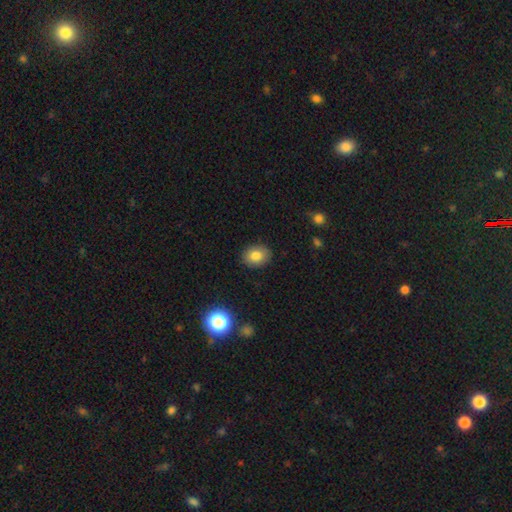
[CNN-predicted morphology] This appears to be a smooth galaxy with no disk features (80%) that is in between round and cigar-shaped (57%). Merging: none (88%).